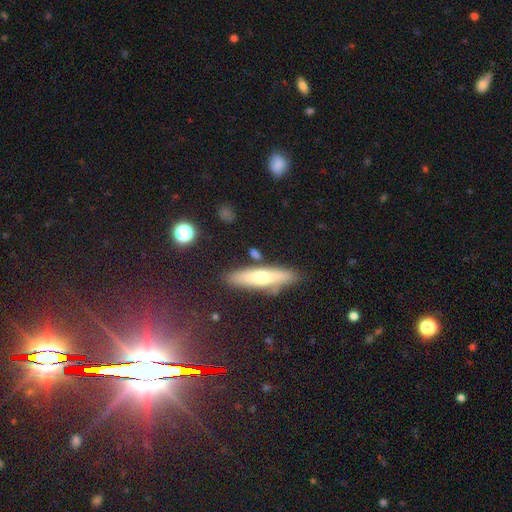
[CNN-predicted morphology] The model was most divided on "smooth or featured": smooth: 51%, featured or disk: 41%, star or artifact: 8%. More confident: merging — none (81%); how rounded — cigar-shaped (77%).